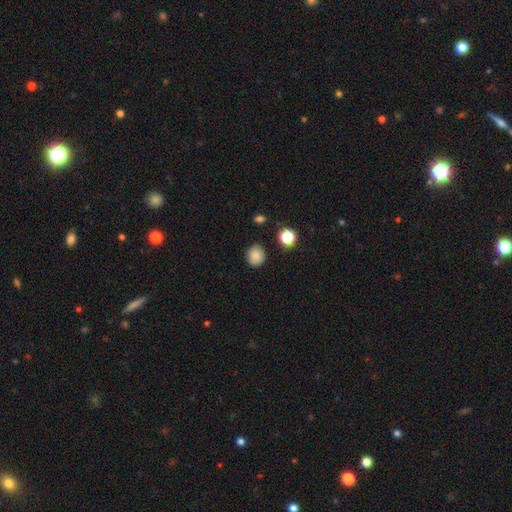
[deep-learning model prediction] The model was most divided on "how rounded": round: 84%, in between: 15%, cigar-shaped: 1%. More confident: merging — none (86%); smooth or featured — smooth (83%).